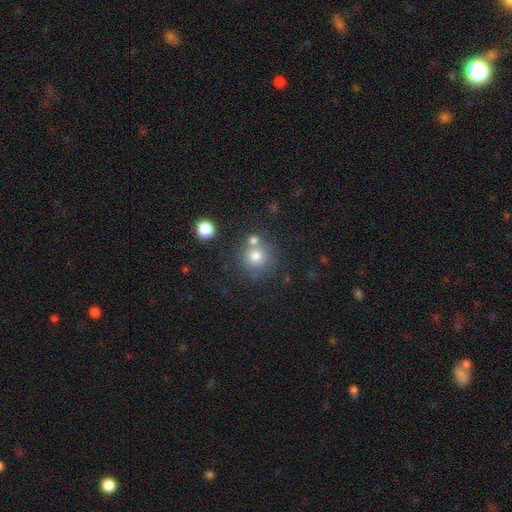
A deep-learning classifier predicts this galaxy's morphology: smooth_or_featured: smooth (p=0.75) [alt: star or artifact p=0.14]
how_rounded: round (p=0.92) [alt: in between p=0.07]
merging: none (p=0.65) [alt: merger p=0.22]